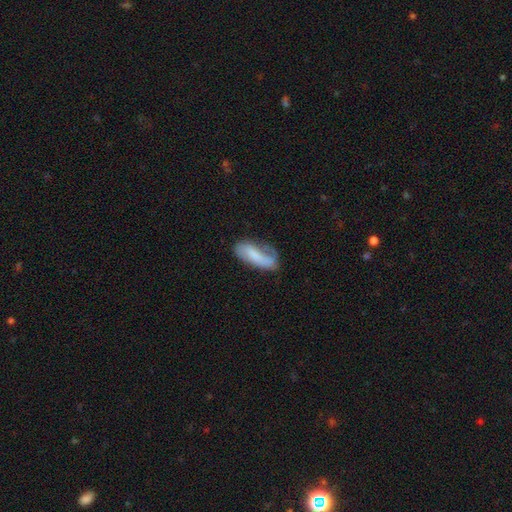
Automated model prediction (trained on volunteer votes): smooth 62%, featured or disk 30%, star or artifact 7%. Down the decision tree: how rounded — in between (69%); merging — none (44%).